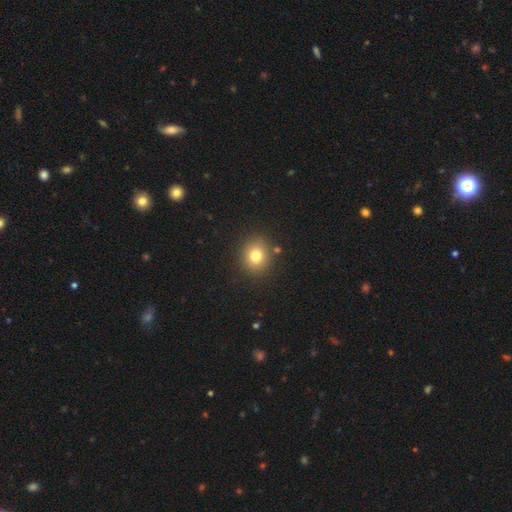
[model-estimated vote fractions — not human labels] smooth_or_featured: smooth (p=0.78) [alt: star or artifact p=0.13]
how_rounded: round (p=0.79) [alt: in between p=0.20]
merging: none (p=0.86) [alt: minor disturbance p=0.08]